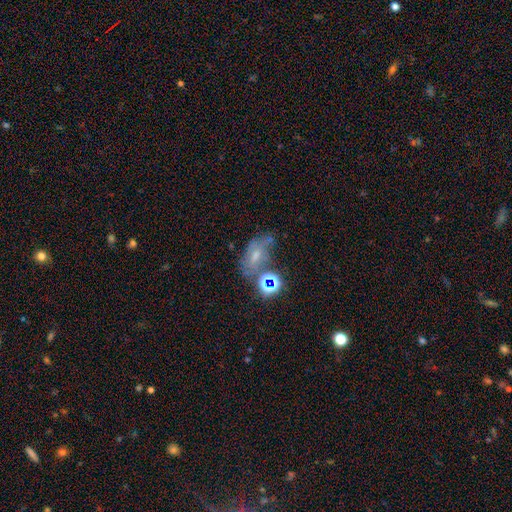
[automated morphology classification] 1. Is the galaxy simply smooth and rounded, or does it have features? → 38% smooth, 33% featured or disk, 29% star or artifact.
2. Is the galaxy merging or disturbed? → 39% none, 24% minor disturbance, 21% major disturbance, 16% merger.